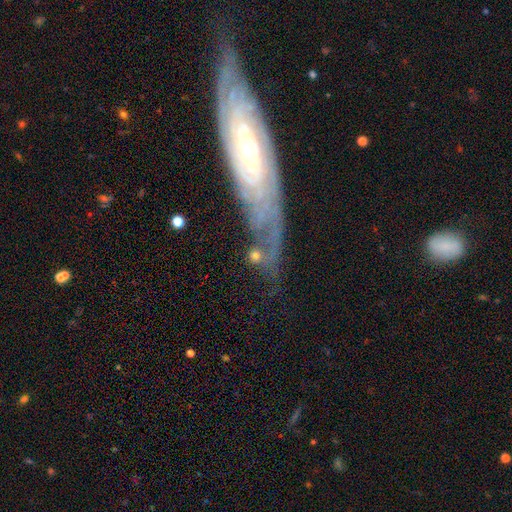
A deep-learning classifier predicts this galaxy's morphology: This is possibly a smooth galaxy (49%). Merging: possibly none (48%).